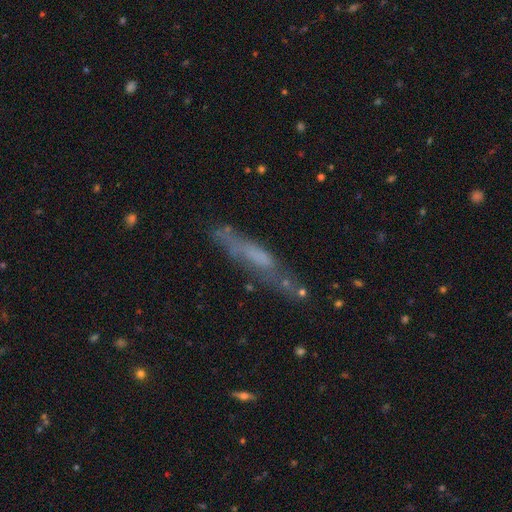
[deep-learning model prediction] This is possibly a featured or disk galaxy (47%). Merging: likely none (63%).